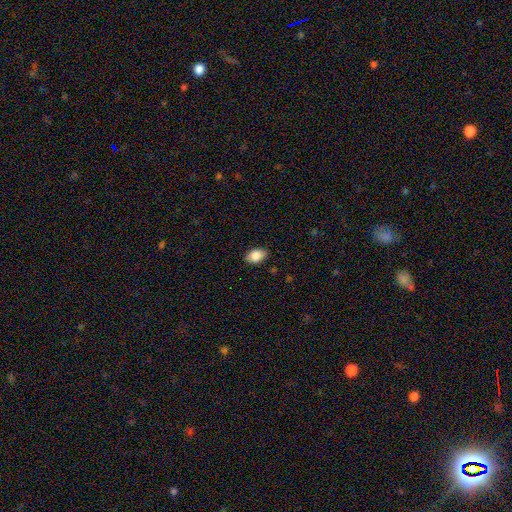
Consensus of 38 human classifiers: Smooth or featured: smooth — 82% (star or artifact — 11%)
How rounded: in between — 74% (round — 19%)
Merging: none — 88% (minor disturbance — 12%)